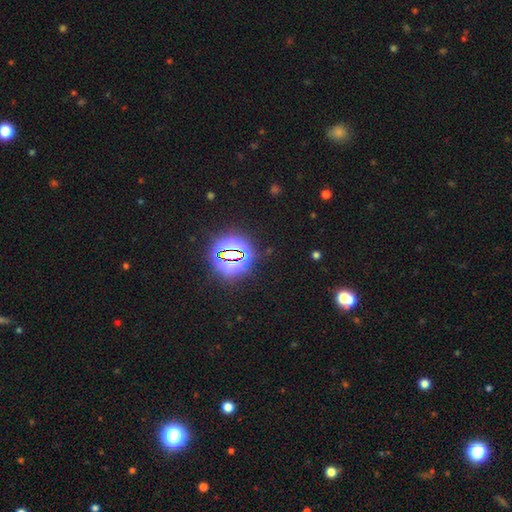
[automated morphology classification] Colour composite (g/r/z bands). It shows a star or artifact, not a galaxy (81%).